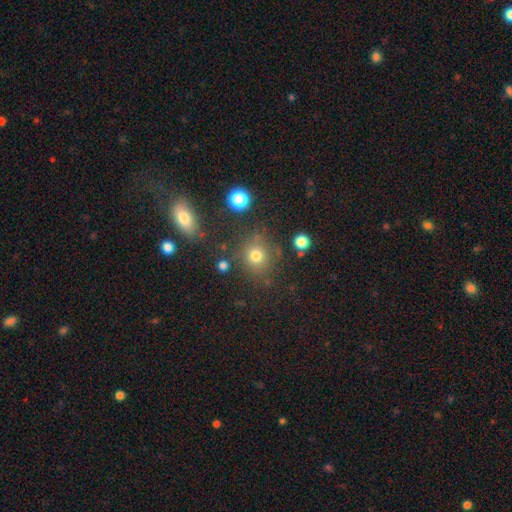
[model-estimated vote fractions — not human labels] smooth 74%, star or artifact 18%, featured or disk 8%. Down the decision tree: how rounded — round (85%); merging — none (76%).